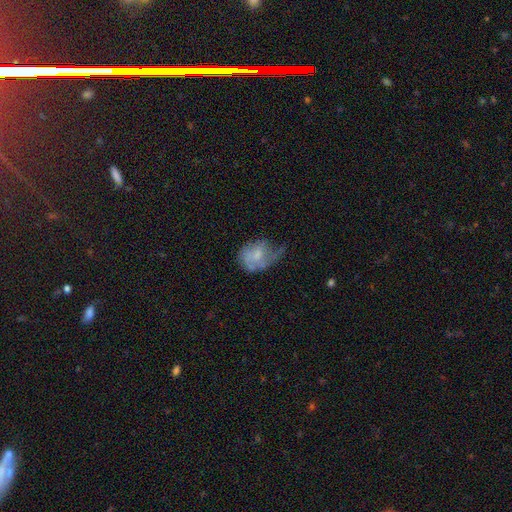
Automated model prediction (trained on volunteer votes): Q: Smooth or featured?
A: smooth (46%); runner-up: featured or disk (45%)
Q: Merging?
A: minor disturbance (34%); runner-up: major disturbance (32%)